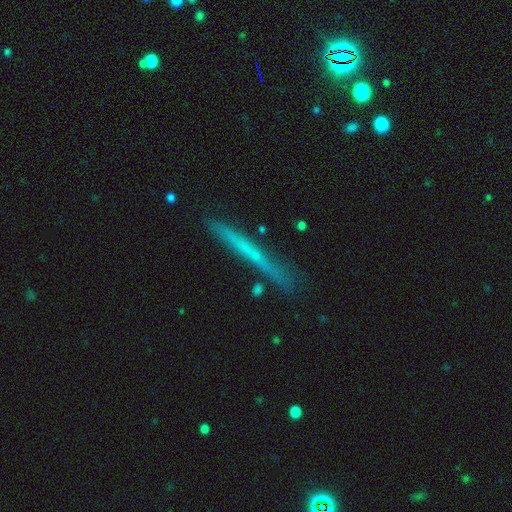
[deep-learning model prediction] Morphology: type=featured or disk (48%); merging=none (85%).